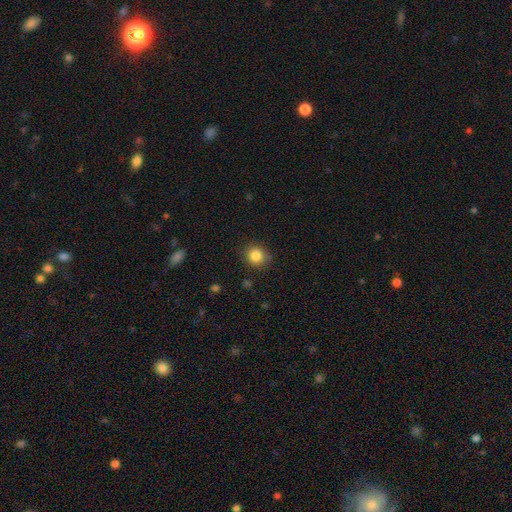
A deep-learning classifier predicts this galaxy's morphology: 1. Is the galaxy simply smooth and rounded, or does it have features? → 85% smooth, 10% star or artifact, 5% featured or disk.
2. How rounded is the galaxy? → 83% round, 16% in between, 1% cigar-shaped.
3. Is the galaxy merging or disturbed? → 85% none, 11% minor disturbance, 3% major disturbance, 1% merger.